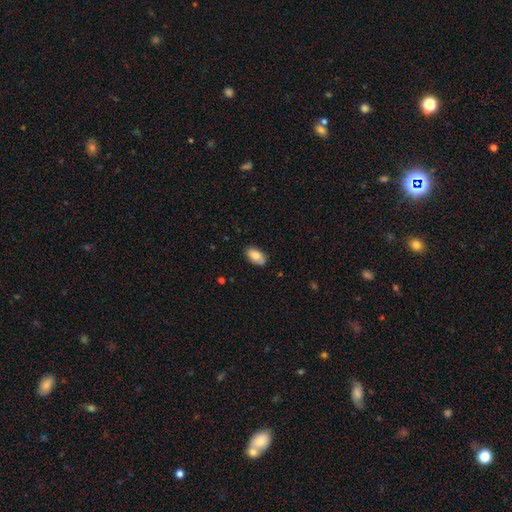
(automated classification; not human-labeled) smooth 84%, featured or disk 9%, star or artifact 7%. Down the decision tree: how rounded — in between (94%); merging — none (81%).